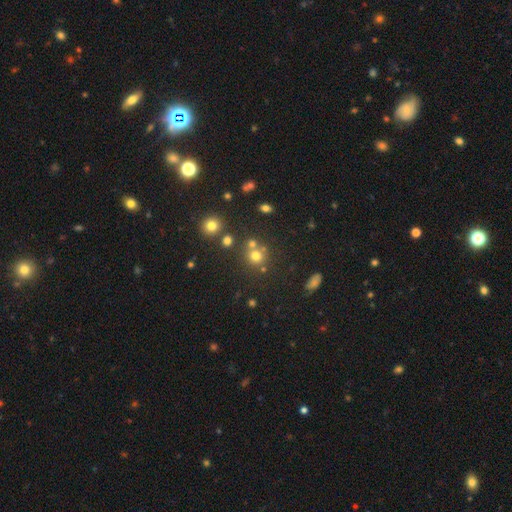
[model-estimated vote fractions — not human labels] smooth 69%, star or artifact 21%, featured or disk 11%. Down the decision tree: how rounded — round (88%); merging — none (64%).